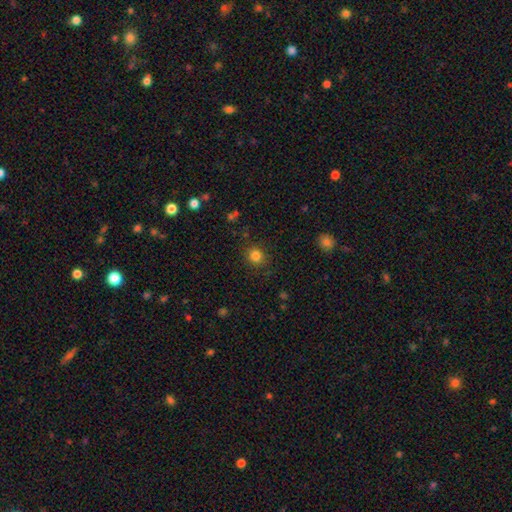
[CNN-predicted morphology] smooth 82%, star or artifact 13%, featured or disk 5%. Down the decision tree: how rounded — round (87%); merging — none (87%).